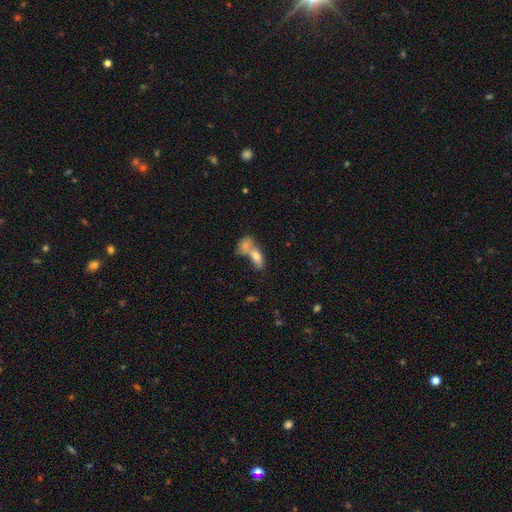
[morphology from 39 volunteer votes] This appears to be a smooth galaxy with no disk features (85%) that is in between round and cigar-shaped (97%). Merging: merger (64%).